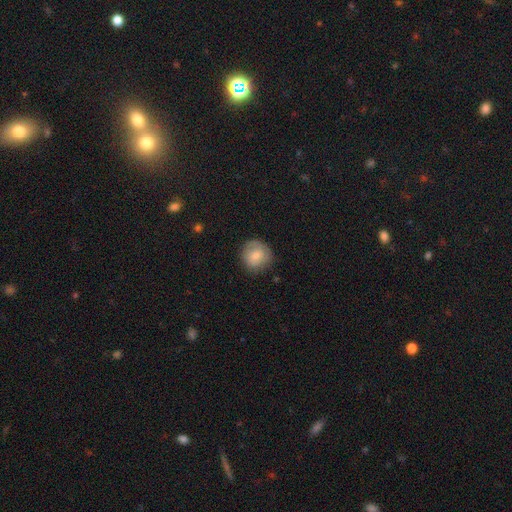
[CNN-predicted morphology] type=smooth (68%); roundness=round (88%); merging=none (78%).